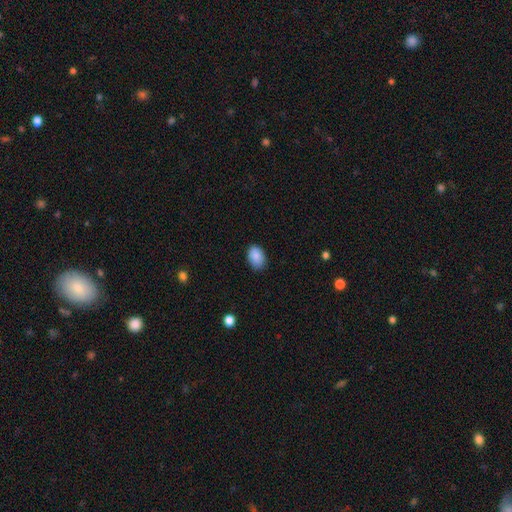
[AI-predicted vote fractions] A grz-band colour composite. It shows a smooth galaxy with no disk features (89%) that is in between round and cigar-shaped (84%). Merging: none (80%).